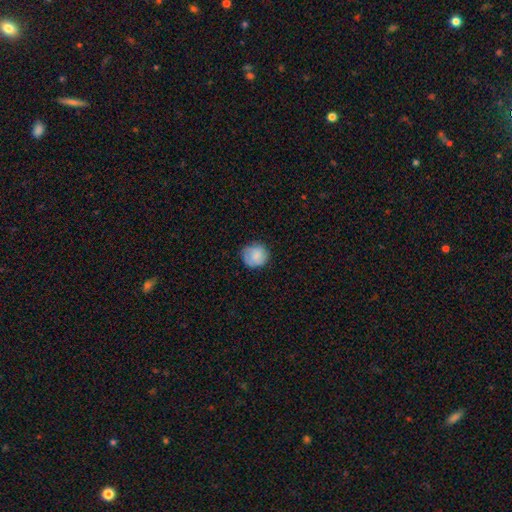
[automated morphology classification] Smooth or featured?
  - smooth: 75% *
  - featured or disk: 18%
  - star or artifact: 7%
How rounded?
  - round: 88% *
  - in between: 11%
  - cigar-shaped: 1%
Merging?
  - none: 77% *
  - minor disturbance: 18%
  - major disturbance: 4%
  - merger: 1%